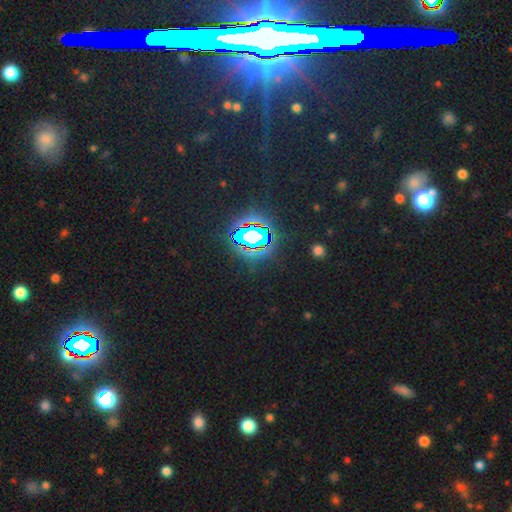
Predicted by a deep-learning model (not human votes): Smooth or featured? star or artifact (82%)